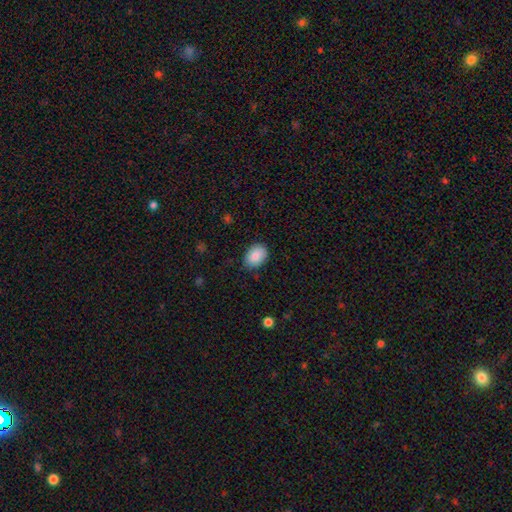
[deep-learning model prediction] smooth_or_featured: smooth (p=0.87) [alt: star or artifact p=0.07]
how_rounded: in between (p=0.77) [alt: round p=0.22]
merging: none (p=0.83) [alt: minor disturbance p=0.13]